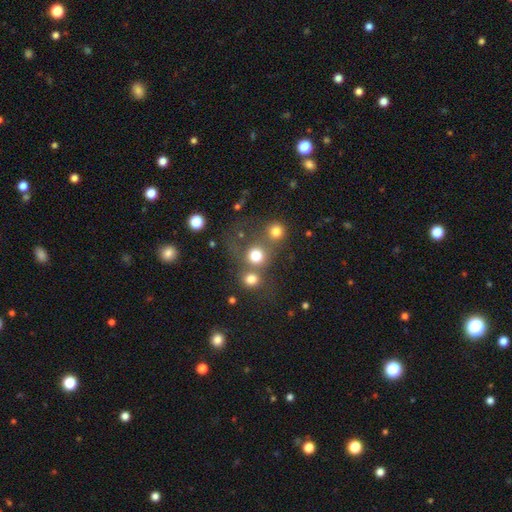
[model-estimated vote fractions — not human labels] Smooth or featured: smooth — 76% (star or artifact — 14%)
How rounded: round — 87% (in between — 12%)
Merging: none — 44% (merger — 40%)